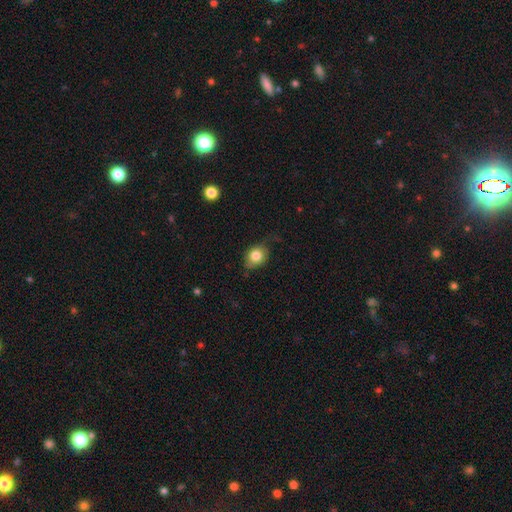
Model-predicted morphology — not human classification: Smooth or featured: smooth — 80% (featured or disk — 12%)
How rounded: in between — 54% (round — 45%)
Merging: none — 63% (minor disturbance — 27%)